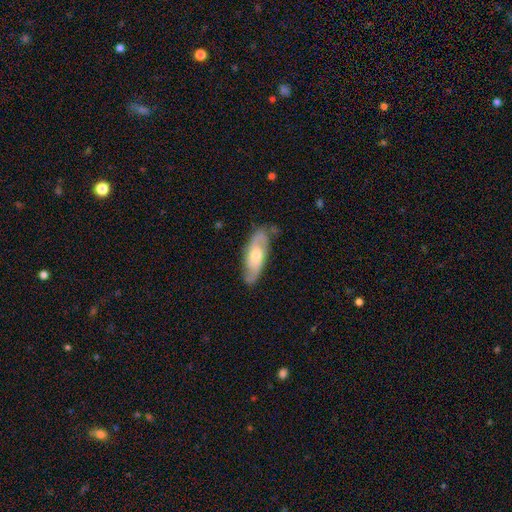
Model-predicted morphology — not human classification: Smooth or featured? Predicted: featured or disk (p=0.62). Edge-on disk? Predicted: no (p=0.80). Merging? Predicted: none (p=0.77).